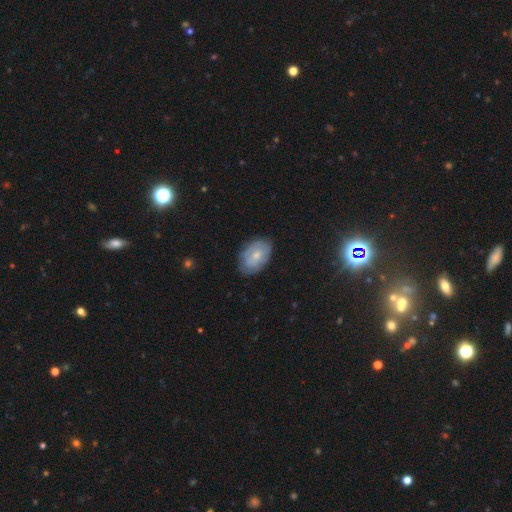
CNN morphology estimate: smooth-or-featured: smooth: 52% | featured or disk: 41% | star or artifact: 7%
  how-rounded: in between: 88% | round: 10% | cigar-shaped: 1%
  merging: none: 76% | minor disturbance: 19% | major disturbance: 4% | merger: 1%